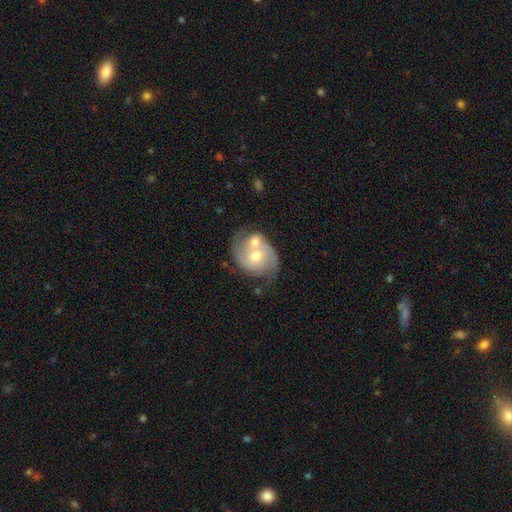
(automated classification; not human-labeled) Morphology: type=featured or disk (71%); edge-on=no (97%); bar=no (66%); spiral arms=yes (87%); winding=medium (50%); arm count=2 (83%); bulge=moderate (60%); merging=merger (43%).